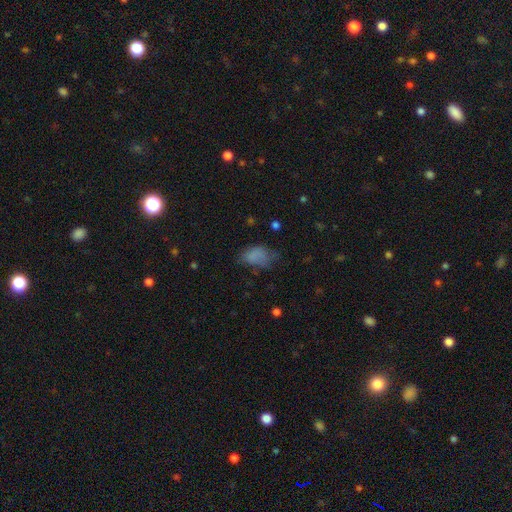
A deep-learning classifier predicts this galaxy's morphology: smooth_or_featured: smooth (p=0.75) [alt: featured or disk p=0.13]
how_rounded: in between (p=0.89) [alt: round p=0.10]
merging: none (p=0.43) [alt: minor disturbance p=0.33]